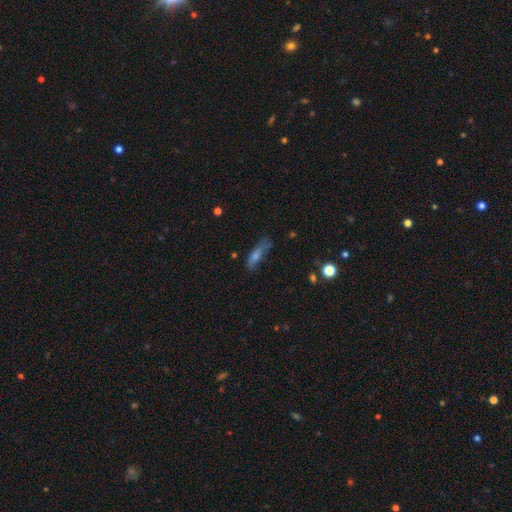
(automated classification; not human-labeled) A smooth galaxy with no disk features (55%) that is cigar-shaped (68%). Merging: none (56%).